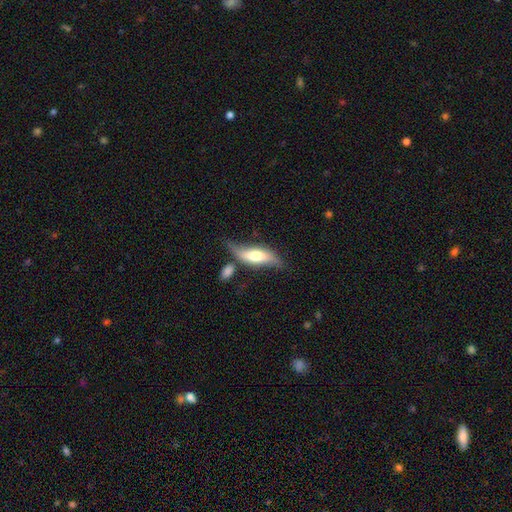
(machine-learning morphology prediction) Smooth or featured? featured or disk (51%)
Edge-on disk? no (51%)
Merging? none (46%)